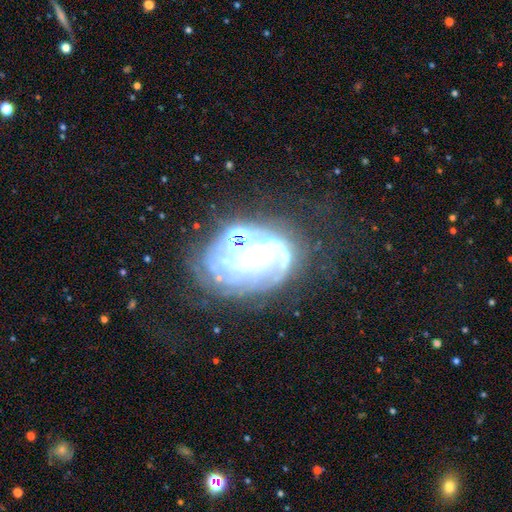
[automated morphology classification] smooth-or-featured: featured or disk: 77% | star or artifact: 14% | smooth: 10%
  disk-edge-on: no: 98% | yes: 2%
    bar: no: 71% | weak: 19% | strong: 9%
    has-spiral-arms: yes: 76% | no: 24%
      spiral-winding: tight: 40% | medium: 35% | loose: 24%
      spiral-arm-count: can't tell: 36% | 2: 25% | 3: 16% | 1: 9% | 4: 8% | more than 4: 7%
    bulge-size: small: 33% | none: 28% | moderate: 26% | large: 10% | dominant: 4%
  merging: none: 42% | major disturbance: 29% | minor disturbance: 18% | merger: 12%